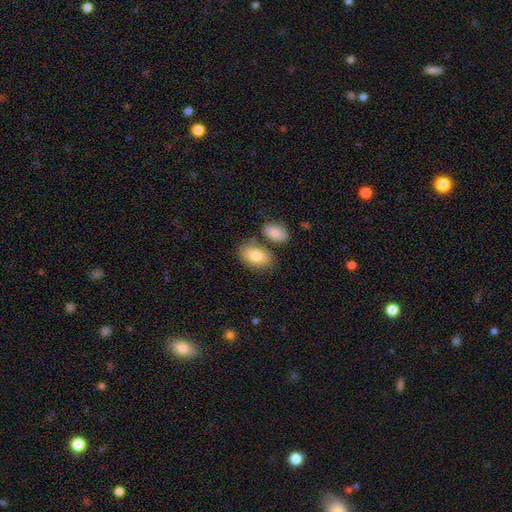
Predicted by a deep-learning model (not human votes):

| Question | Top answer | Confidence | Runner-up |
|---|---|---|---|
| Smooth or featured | smooth | 80% | featured or disk (13%) |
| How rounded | in between | 90% | round (8%) |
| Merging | none | 66% | merger (17%) |